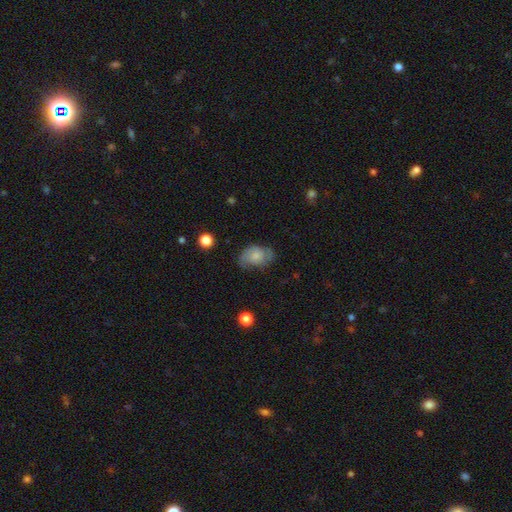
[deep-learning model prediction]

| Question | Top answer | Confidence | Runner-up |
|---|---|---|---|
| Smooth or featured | smooth | 52% | featured or disk (40%) |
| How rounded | in between | 83% | round (16%) |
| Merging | none | 60% | minor disturbance (28%) |